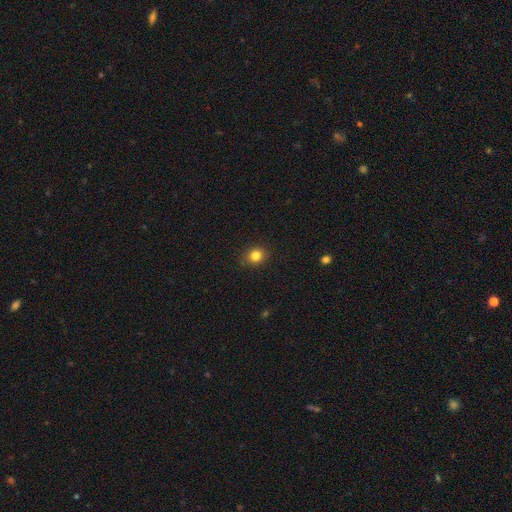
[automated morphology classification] Smooth or featured? Predicted: smooth (p=0.82). How rounded? Predicted: round (p=0.77). Merging? Predicted: none (p=0.90).